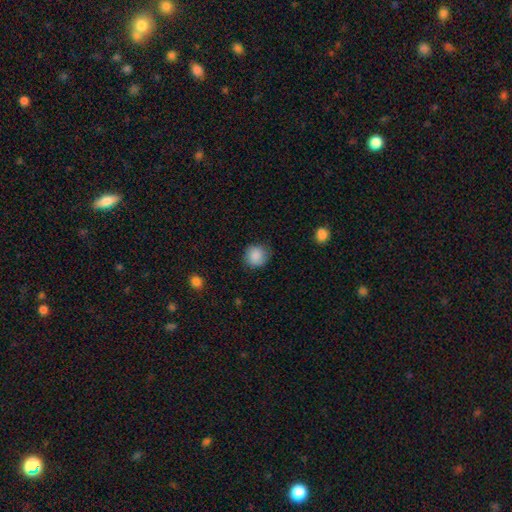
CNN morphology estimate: Smooth or featured? smooth (87%)
How rounded? round (88%)
Merging? none (79%)